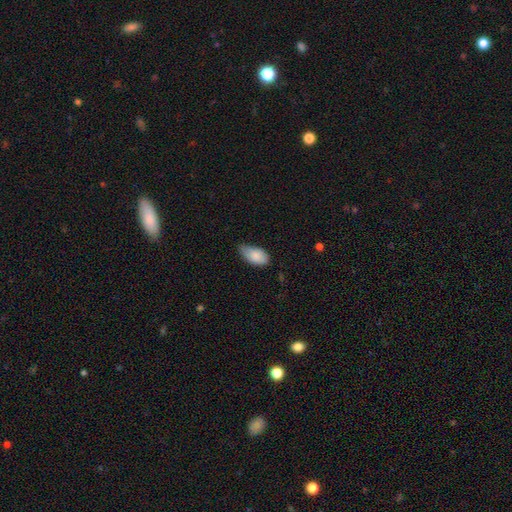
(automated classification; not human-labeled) smooth 85%, featured or disk 9%, star or artifact 7%. Down the decision tree: how rounded — in between (94%); merging — minor disturbance (47%).